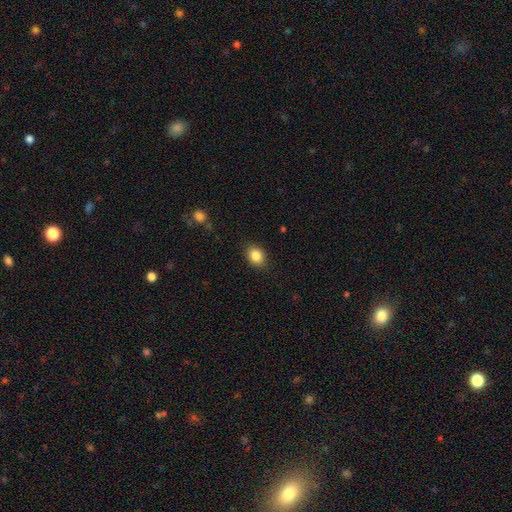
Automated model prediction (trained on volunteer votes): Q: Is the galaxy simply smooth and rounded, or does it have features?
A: smooth — 86%.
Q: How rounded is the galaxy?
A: in between — 61%.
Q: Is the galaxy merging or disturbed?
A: none — 87%.